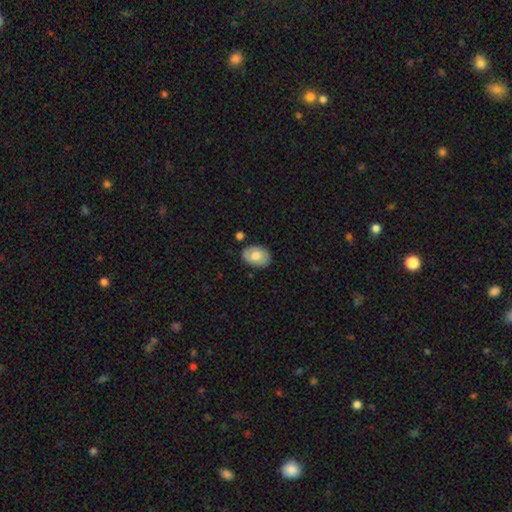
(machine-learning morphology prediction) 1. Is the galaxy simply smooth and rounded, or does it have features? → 67% smooth, 26% featured or disk, 7% star or artifact.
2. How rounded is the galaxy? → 81% in between, 17% round, 1% cigar-shaped.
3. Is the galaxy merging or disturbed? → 80% none, 14% minor disturbance, 3% major disturbance, 3% merger.